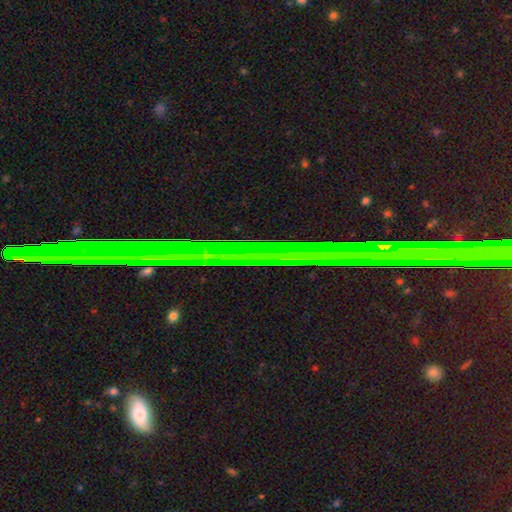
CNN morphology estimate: Smooth or featured? star or artifact (79%)